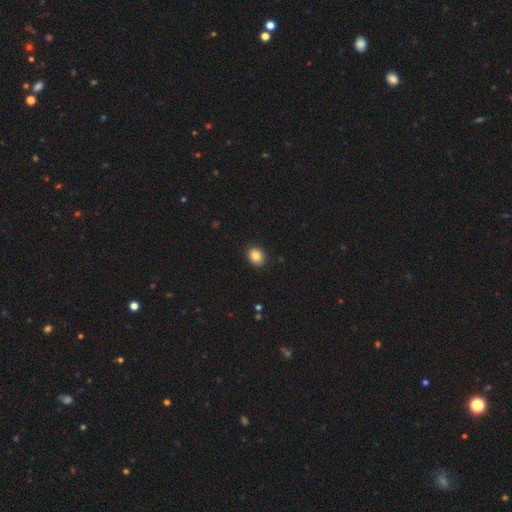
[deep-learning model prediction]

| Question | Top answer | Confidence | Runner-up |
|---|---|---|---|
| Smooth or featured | smooth | 85% | star or artifact (9%) |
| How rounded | round | 52% | in between (48%) |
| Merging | none | 90% | minor disturbance (7%) |